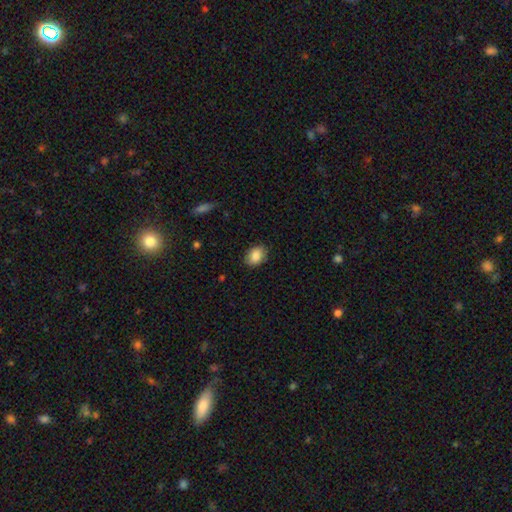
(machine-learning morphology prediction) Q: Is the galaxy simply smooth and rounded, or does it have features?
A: smooth — 87%.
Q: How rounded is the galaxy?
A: in between — 72%.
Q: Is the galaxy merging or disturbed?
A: none — 86%.